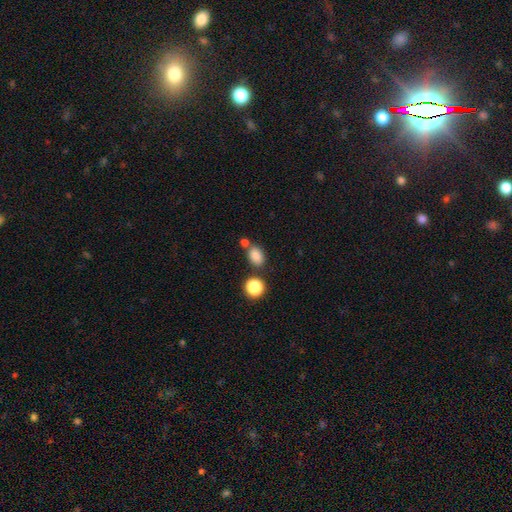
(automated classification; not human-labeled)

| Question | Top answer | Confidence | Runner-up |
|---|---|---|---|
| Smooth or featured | smooth | 83% | star or artifact (12%) |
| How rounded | in between | 73% | round (25%) |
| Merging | none | 65% | merger (18%) |